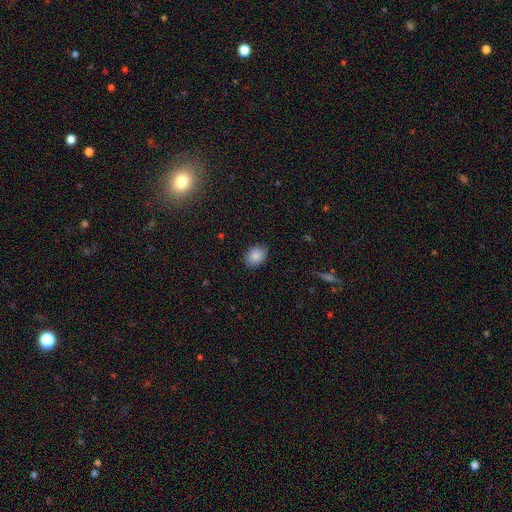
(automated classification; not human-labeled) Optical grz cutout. It shows a smooth galaxy with no disk features (88%) that is in between round and cigar-shaped (61%). Merging: none (85%).